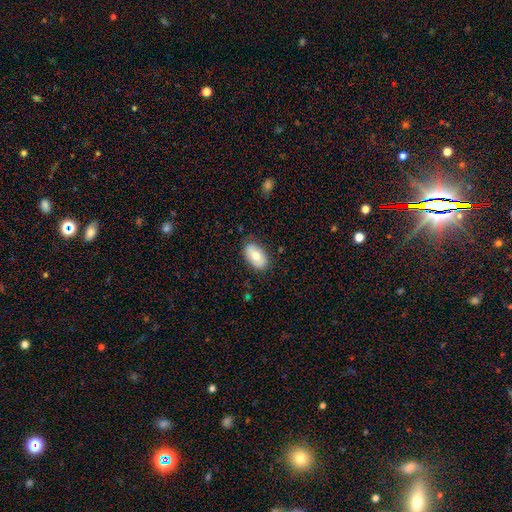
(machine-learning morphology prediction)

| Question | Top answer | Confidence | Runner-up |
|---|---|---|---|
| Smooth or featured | smooth | 72% | featured or disk (21%) |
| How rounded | in between | 93% | round (6%) |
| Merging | none | 81% | minor disturbance (15%) |